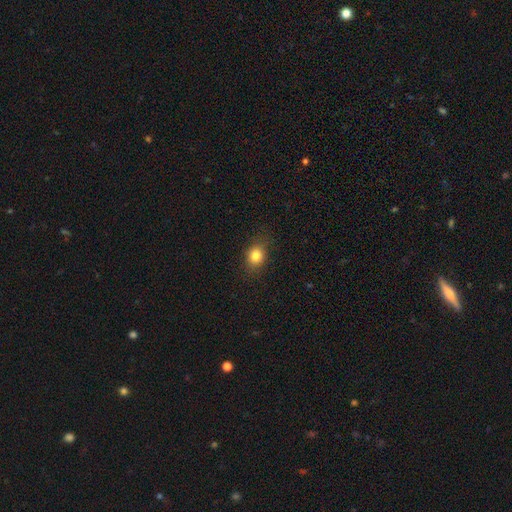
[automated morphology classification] The model was most divided on "how rounded": round: 54%, in between: 45%, cigar-shaped: 1%. More confident: merging — none (82%); smooth or featured — smooth (81%).